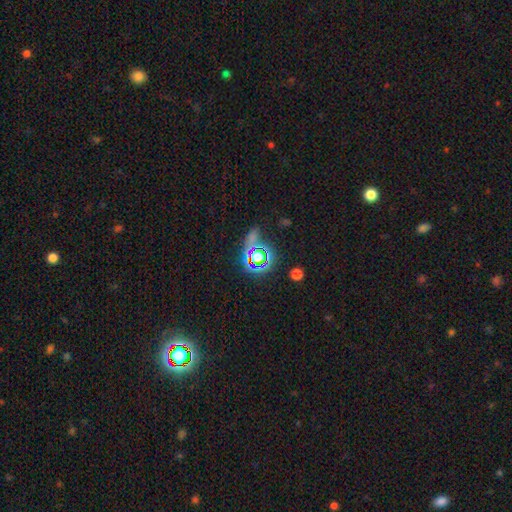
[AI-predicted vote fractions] smooth-or-featured: star or artifact: 58% | smooth: 30% | featured or disk: 12%